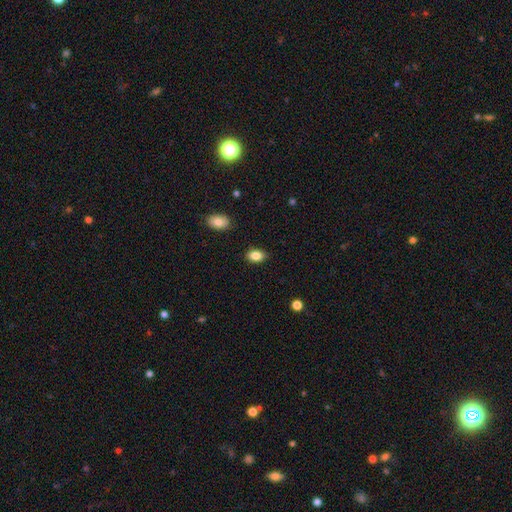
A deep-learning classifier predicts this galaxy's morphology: smooth_or_featured: smooth (p=0.85) [alt: star or artifact p=0.08]
how_rounded: in between (p=0.88) [alt: round p=0.10]
merging: none (p=0.87) [alt: minor disturbance p=0.10]